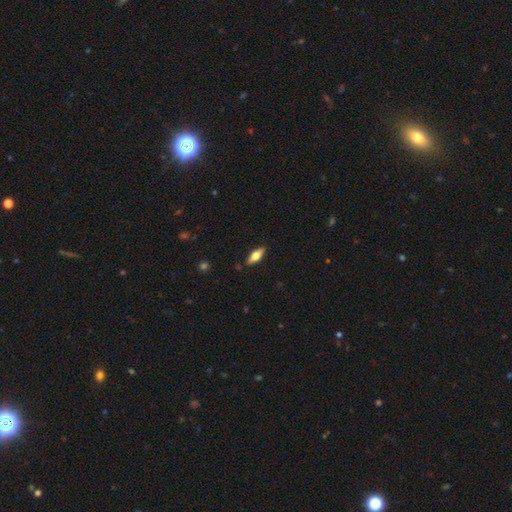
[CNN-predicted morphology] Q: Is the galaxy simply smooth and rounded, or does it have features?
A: smooth — 51%.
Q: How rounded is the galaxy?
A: in between — 62%.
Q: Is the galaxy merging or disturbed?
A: none — 88%.